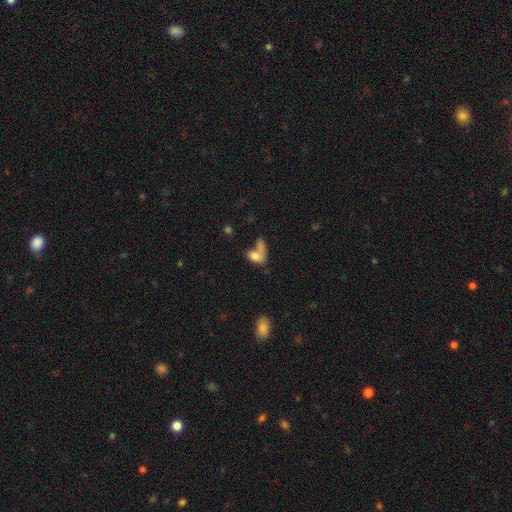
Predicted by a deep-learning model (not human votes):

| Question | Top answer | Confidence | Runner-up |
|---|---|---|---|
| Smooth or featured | smooth | 73% | featured or disk (17%) |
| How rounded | in between | 82% | round (12%) |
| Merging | merger | 48% | none (26%) |